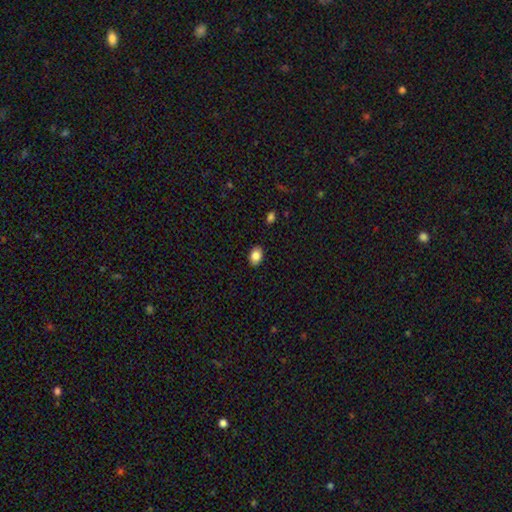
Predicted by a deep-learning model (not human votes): A smooth galaxy with no disk features (86%) that is in between round and cigar-shaped (78%).

Vote fractions:
- Smooth or featured? smooth: 86% / star or artifact: 8% / featured or disk: 6%
- How rounded? in between: 78% / round: 21% / cigar-shaped: 1%
- Merging? none: 89% / minor disturbance: 8% / major disturbance: 2% / merger: 1%